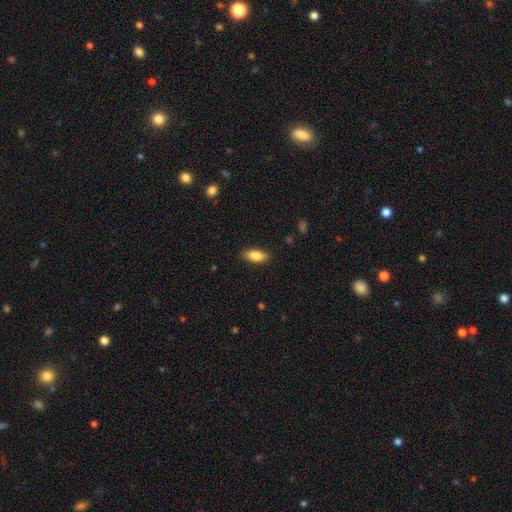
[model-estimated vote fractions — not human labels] This appears to be a smooth galaxy with no disk features (85%) that is in between round and cigar-shaped (84%). Merging: none (87%).